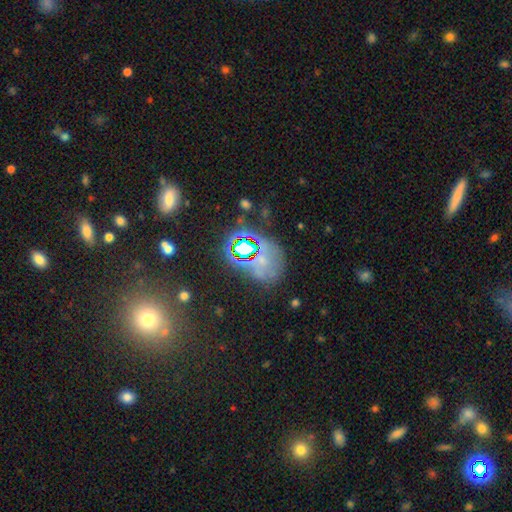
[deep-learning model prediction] Morphology: type=star or artifact (55%).